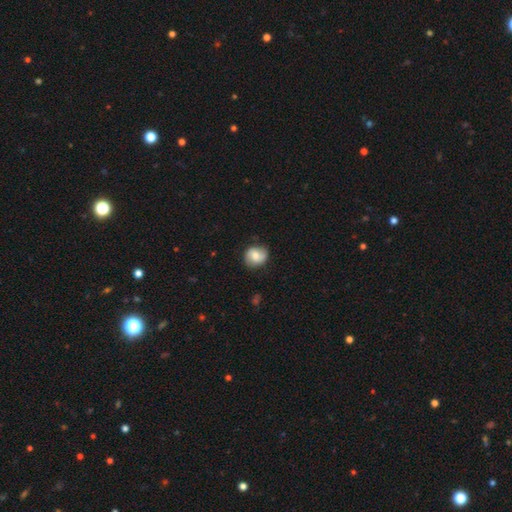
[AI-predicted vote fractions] smooth 58%, featured or disk 35%, star or artifact 8%. Down the decision tree: how rounded — round (70%); merging — none (76%).